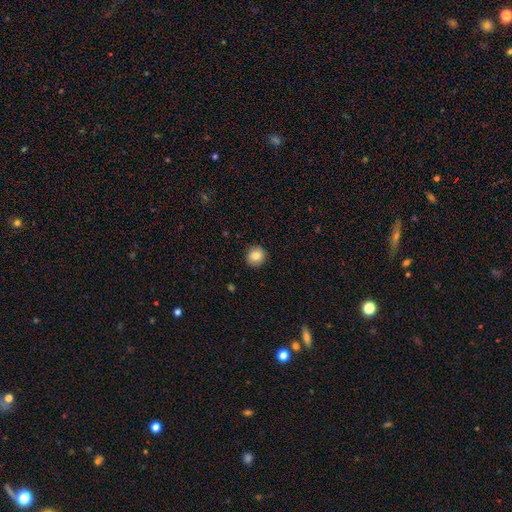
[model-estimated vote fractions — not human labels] smooth_or_featured: smooth (p=0.82) [alt: star or artifact p=0.09]
how_rounded: round (p=0.90) [alt: in between p=0.09]
merging: none (p=0.90) [alt: minor disturbance p=0.07]